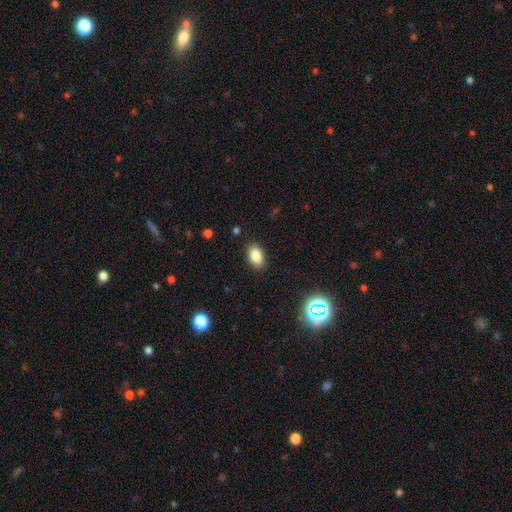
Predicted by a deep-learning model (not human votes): The model was most divided on "smooth or featured": smooth: 85%, star or artifact: 9%, featured or disk: 6%. More confident: how rounded — in between (89%); merging — none (88%).